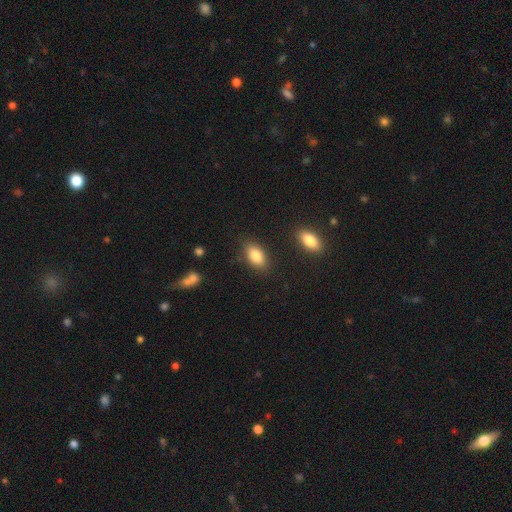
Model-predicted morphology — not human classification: smooth_or_featured: smooth (p=0.85) [alt: featured or disk p=0.08]
how_rounded: in between (p=0.90) [alt: round p=0.06]
merging: none (p=0.83) [alt: minor disturbance p=0.12]